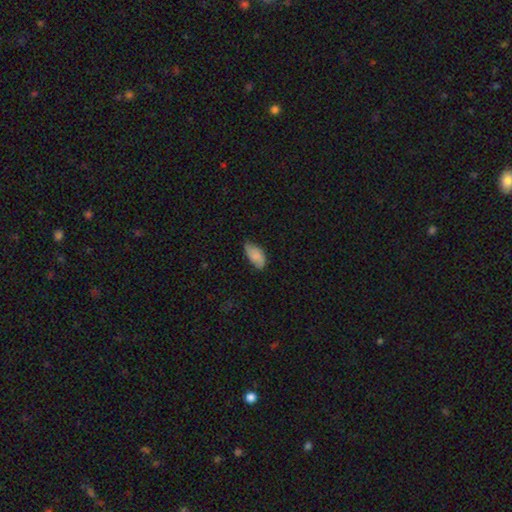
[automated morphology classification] Overall: smooth (78%). How rounded: in between (93%). Merging: none (56%; minor disturbance 36%).